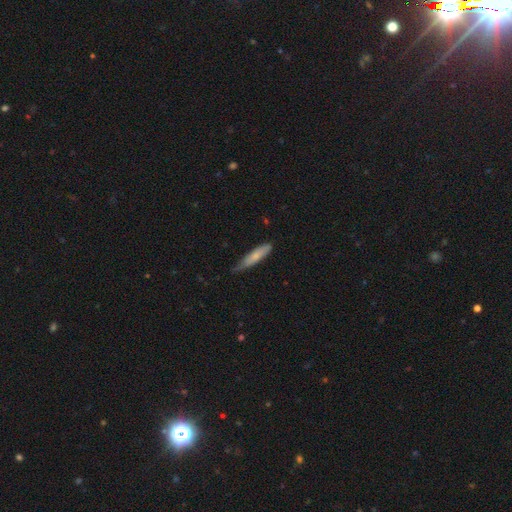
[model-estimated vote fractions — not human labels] This appears to be a smooth galaxy with no disk features (71%) that is cigar-shaped (80%). Merging: none (57%).